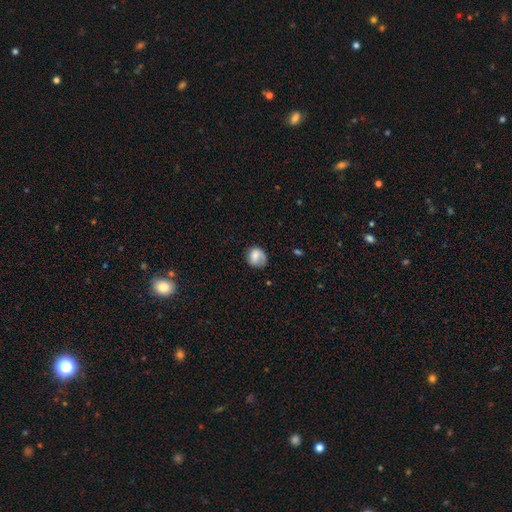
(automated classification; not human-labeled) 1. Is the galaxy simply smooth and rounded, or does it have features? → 73% smooth, 19% featured or disk, 8% star or artifact.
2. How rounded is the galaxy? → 66% round, 33% in between, 1% cigar-shaped.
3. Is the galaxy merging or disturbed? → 53% none, 29% minor disturbance, 16% major disturbance, 2% merger.